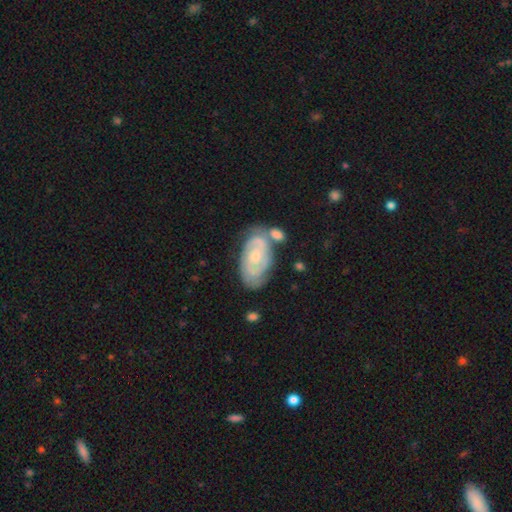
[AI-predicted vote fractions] smooth_or_featured: featured or disk (p=0.80) [alt: smooth p=0.14]
disk_edge_on: no (p=0.96) [alt: yes p=0.04]
bar: no (p=0.61) [alt: weak p=0.32]
has_spiral_arms: yes (p=0.94) [alt: no p=0.06]
spiral_winding: tight (p=0.66) [alt: medium p=0.28]
spiral_arm_count: 2 (p=0.72) [alt: can't tell p=0.15]
bulge_size: small (p=0.53) [alt: moderate p=0.40]
merging: none (p=0.63) [alt: minor disturbance p=0.17]